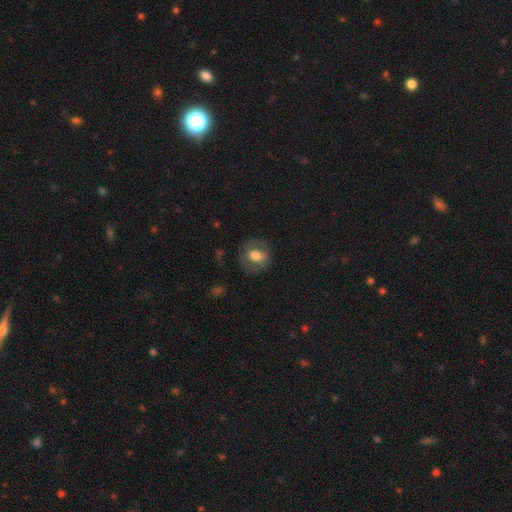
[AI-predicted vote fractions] Morphology: type=smooth (52%); roundness=round (68%); merging=none (77%).